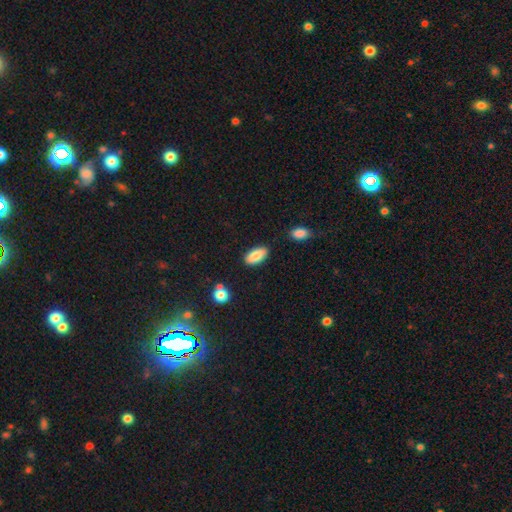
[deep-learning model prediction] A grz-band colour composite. It shows a smooth galaxy with no disk features (85%) that is in between round and cigar-shaped (90%). Merging: none (83%).